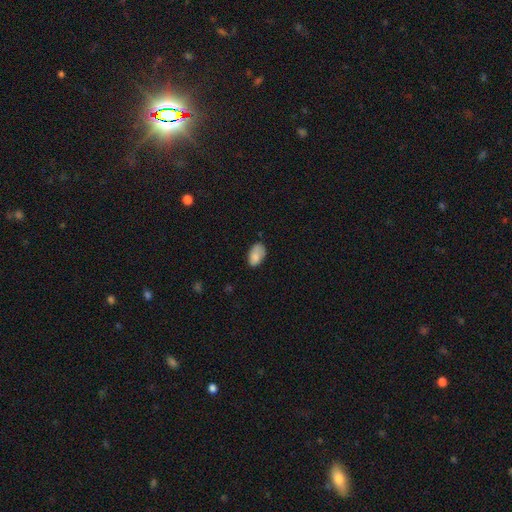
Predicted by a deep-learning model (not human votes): This is clearly a smooth galaxy (81%). How rounded: clearly in between (92%). Merging: likely none (61%).